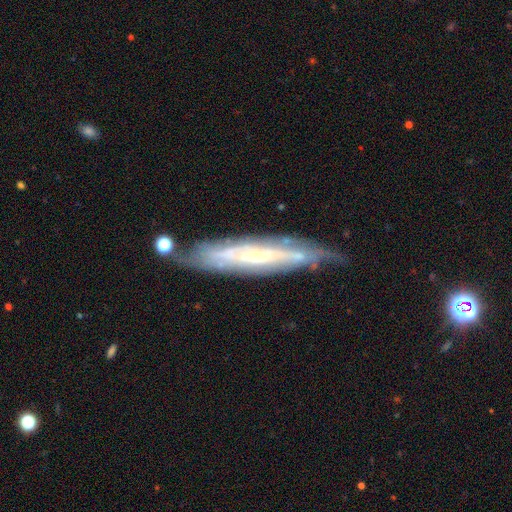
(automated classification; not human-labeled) Q: Smooth or featured?
A: featured or disk (78%); runner-up: smooth (15%)
Q: Edge-on disk?
A: no (51%); runner-up: yes (49%)
Q: Merging?
A: none (70%); runner-up: minor disturbance (21%)